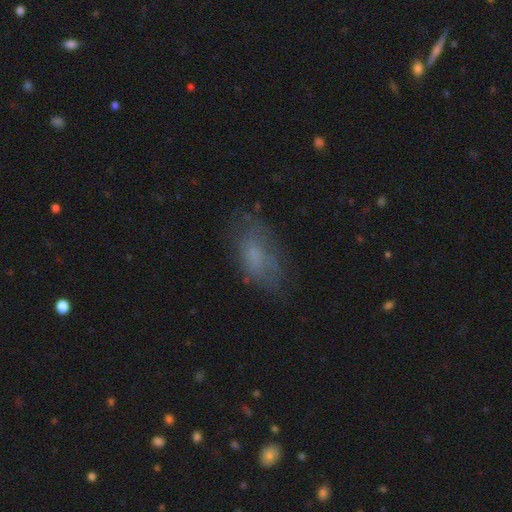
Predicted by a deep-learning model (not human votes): A smooth galaxy with no disk features (61%) that is in between round and cigar-shaped (88%).

Vote fractions:
- Smooth or featured? smooth: 61% / featured or disk: 27% / star or artifact: 11%
- How rounded? in between: 88% / cigar-shaped: 7% / round: 5%
- Merging? none: 61% / minor disturbance: 24% / major disturbance: 13% / merger: 2%